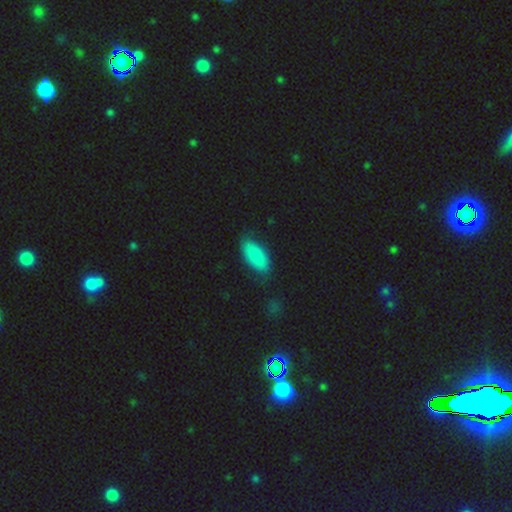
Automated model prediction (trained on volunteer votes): Smooth or featured? smooth (81%)
How rounded? in between (89%)
Merging? none (73%)